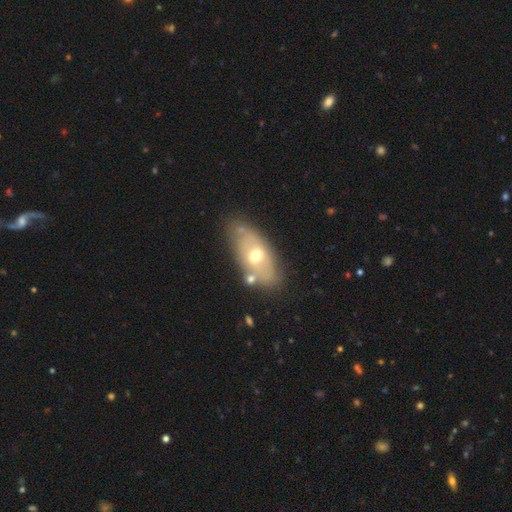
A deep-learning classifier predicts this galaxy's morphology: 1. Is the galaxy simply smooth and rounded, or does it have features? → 49% featured or disk, 43% smooth, 8% star or artifact.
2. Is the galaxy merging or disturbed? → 73% none, 16% minor disturbance, 7% merger, 4% major disturbance.